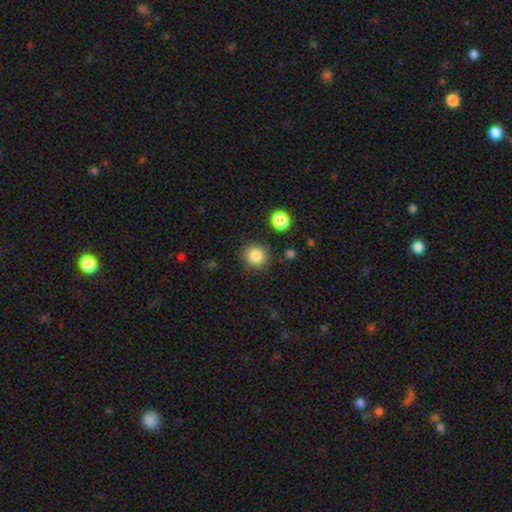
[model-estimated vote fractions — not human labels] Smooth or featured?
  - smooth: 84% *
  - star or artifact: 11%
  - featured or disk: 5%
How rounded?
  - round: 92% *
  - in between: 7%
  - cigar-shaped: 1%
Merging?
  - none: 87% *
  - minor disturbance: 8%
  - major disturbance: 3%
  - merger: 3%